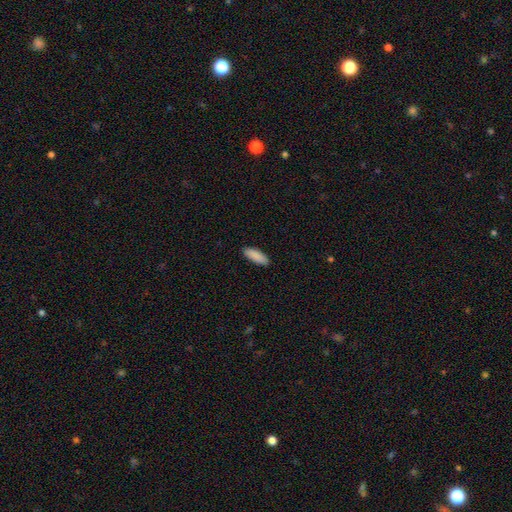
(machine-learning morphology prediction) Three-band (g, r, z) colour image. It shows a smooth galaxy with no disk features (91%) that is in between round and cigar-shaped (65%). Merging: none (90%).